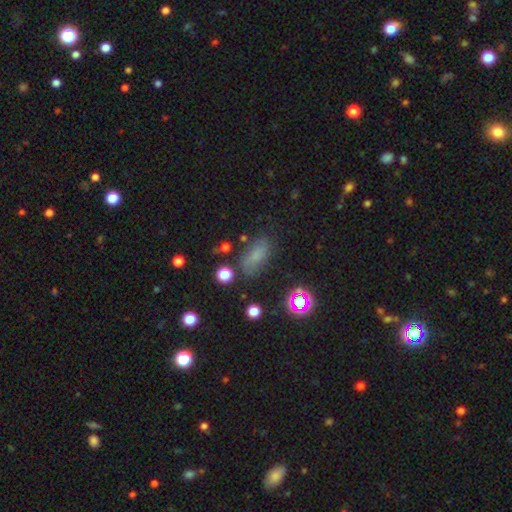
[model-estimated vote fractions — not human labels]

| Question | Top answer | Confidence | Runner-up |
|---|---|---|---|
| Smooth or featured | smooth | 64% | star or artifact (22%) |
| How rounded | in between | 81% | cigar-shaped (10%) |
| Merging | none | 68% | minor disturbance (21%) |